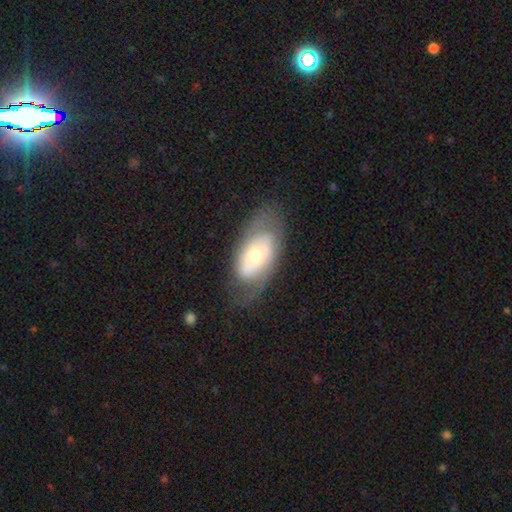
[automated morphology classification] Smooth or featured?
  - featured or disk: 55% *
  - smooth: 39%
  - star or artifact: 7%
Edge-on disk?
  - no: 89% *
  - yes: 11%
Merging?
  - none: 66% *
  - minor disturbance: 20%
  - major disturbance: 12%
  - merger: 2%